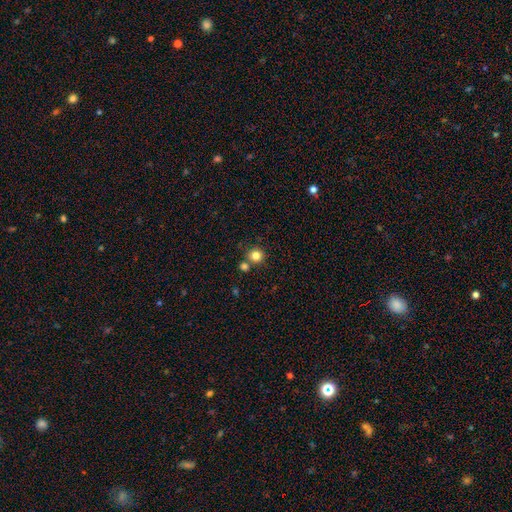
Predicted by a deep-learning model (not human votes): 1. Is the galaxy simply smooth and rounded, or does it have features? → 82% smooth, 12% star or artifact, 6% featured or disk.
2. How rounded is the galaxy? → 92% round, 7% in between, 1% cigar-shaped.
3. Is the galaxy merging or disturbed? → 73% none, 17% merger, 8% minor disturbance, 3% major disturbance.